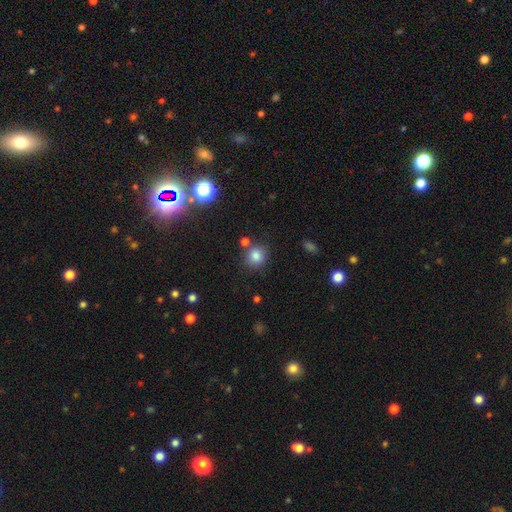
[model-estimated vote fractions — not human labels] Q: Smooth or featured?
A: smooth (82%); runner-up: star or artifact (12%)
Q: How rounded?
A: round (86%); runner-up: in between (13%)
Q: Merging?
A: none (75%); runner-up: merger (11%)